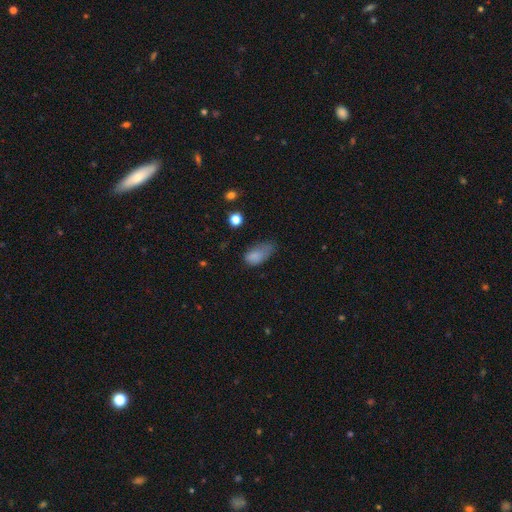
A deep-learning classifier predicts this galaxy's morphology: A smooth galaxy with no disk features (79%) that is in between round and cigar-shaped (90%).

Vote fractions:
- Smooth or featured? smooth: 79% / star or artifact: 11% / featured or disk: 10%
- How rounded? in between: 90% / round: 7% / cigar-shaped: 4%
- Merging? minor disturbance: 41% / none: 29% / major disturbance: 27% / merger: 3%